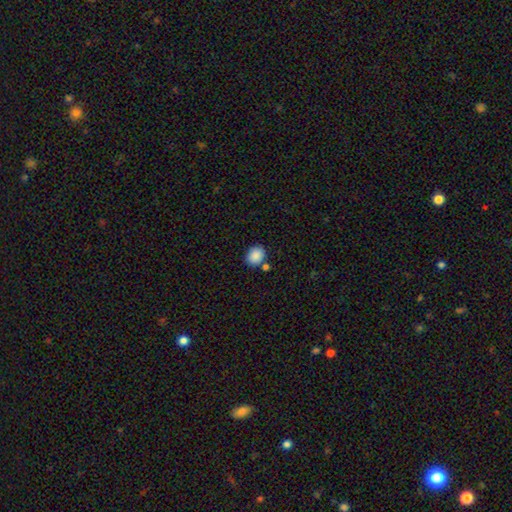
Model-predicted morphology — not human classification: A smooth galaxy with no disk features (88%) that is round (54%).

Vote fractions:
- Smooth or featured? smooth: 88% / star or artifact: 8% / featured or disk: 4%
- How rounded? round: 54% / in between: 45% / cigar-shaped: 1%
- Merging? none: 77% / minor disturbance: 10% / merger: 10% / major disturbance: 3%